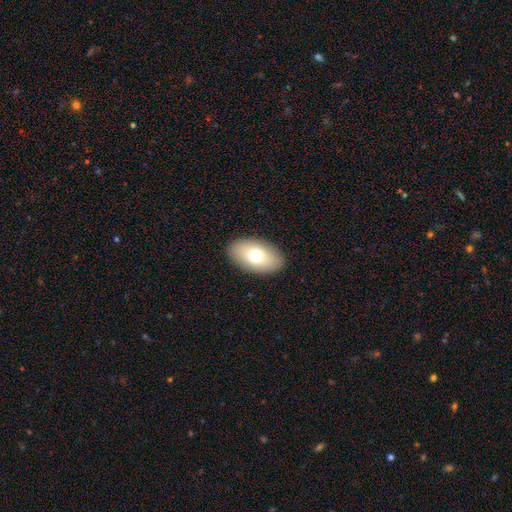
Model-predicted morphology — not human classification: type=smooth (71%); roundness=in between (93%); merging=none (88%).